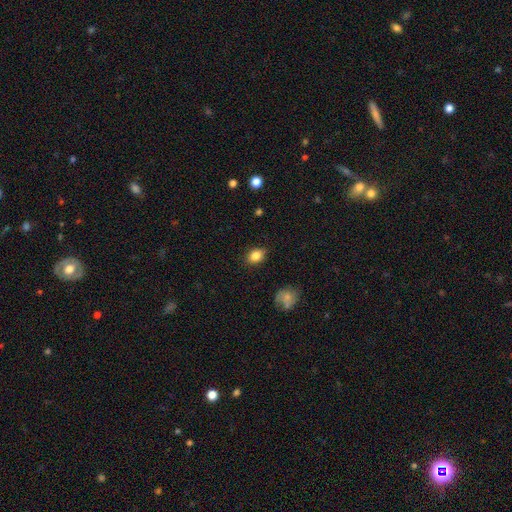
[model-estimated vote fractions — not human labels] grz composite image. It shows a smooth galaxy with no disk features (85%) that is in between round and cigar-shaped (70%). Merging: none (84%).